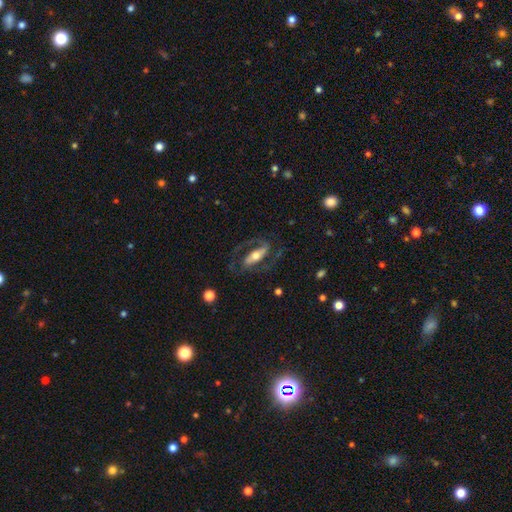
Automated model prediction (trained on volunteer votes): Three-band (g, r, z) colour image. It shows a featured or disk galaxy (79%) with a strong bar (52%), 2 (88%) medium (53%) spiral arms (89%) and a moderate central bulge (62%). Merging: none (68%).